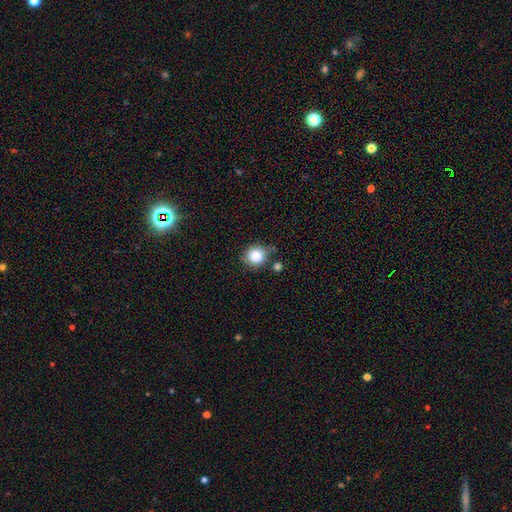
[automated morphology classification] smooth-or-featured: smooth: 83% | star or artifact: 10% | featured or disk: 7%
  how-rounded: round: 87% | in between: 12% | cigar-shaped: 1%
  merging: none: 59% | minor disturbance: 24% | merger: 10% | major disturbance: 7%